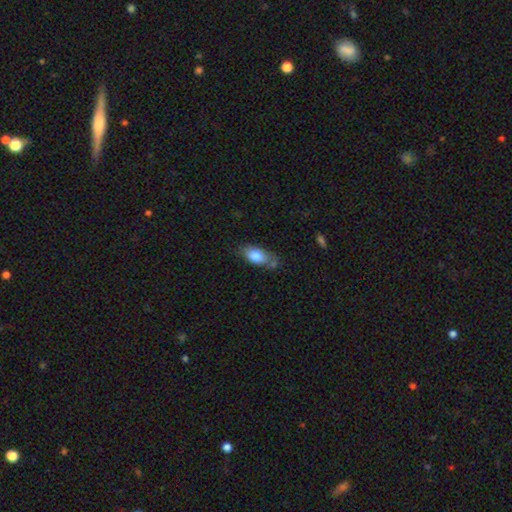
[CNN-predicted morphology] Smooth or featured?
  - smooth: 80% *
  - featured or disk: 13%
  - star or artifact: 7%
How rounded?
  - in between: 87% *
  - cigar-shaped: 8%
  - round: 4%
Merging?
  - none: 54% *
  - minor disturbance: 29%
  - merger: 10%
  - major disturbance: 7%